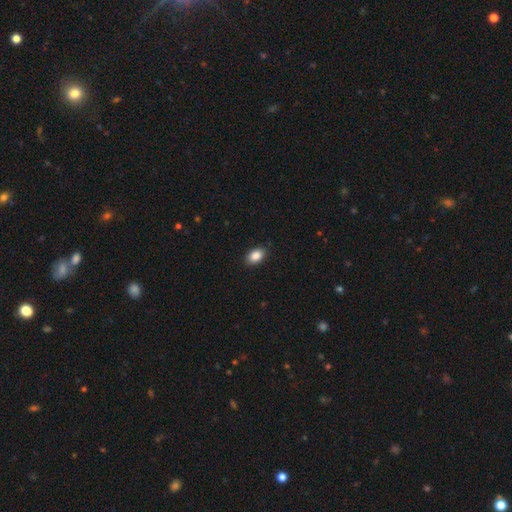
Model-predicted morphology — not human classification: smooth-or-featured: smooth: 87% | star or artifact: 8% | featured or disk: 5%
  how-rounded: in between: 88% | round: 11% | cigar-shaped: 1%
  merging: none: 88% | minor disturbance: 9% | major disturbance: 2% | merger: 1%